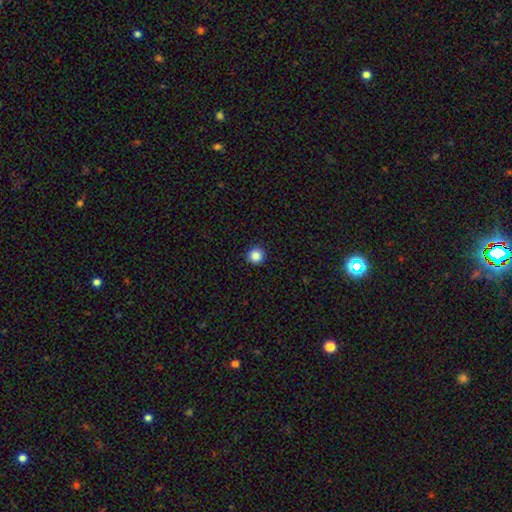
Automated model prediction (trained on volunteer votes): smooth_or_featured: smooth (p=0.87) [alt: star or artifact p=0.10]
how_rounded: round (p=0.95) [alt: in between p=0.04]
merging: none (p=0.93) [alt: minor disturbance p=0.05]